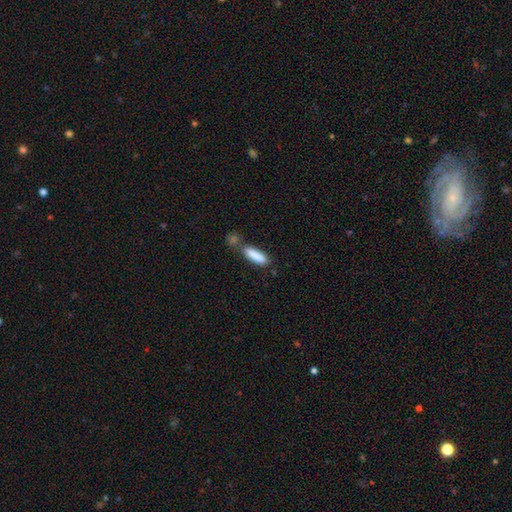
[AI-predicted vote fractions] Q: Smooth or featured?
A: smooth (85%); runner-up: featured or disk (9%)
Q: How rounded?
A: cigar-shaped (64%); runner-up: in between (34%)
Q: Merging?
A: none (55%); runner-up: merger (25%)